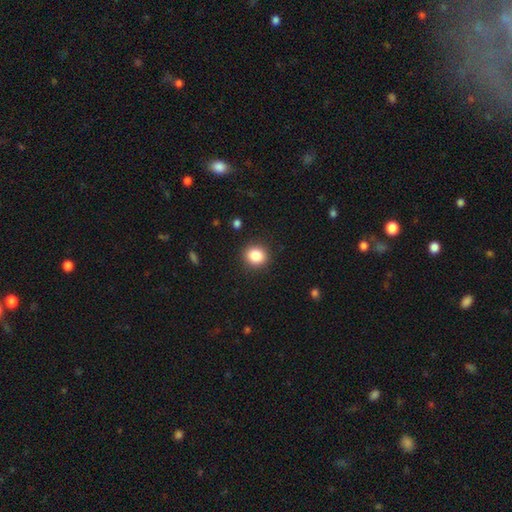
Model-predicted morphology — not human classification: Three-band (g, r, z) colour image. It shows a smooth galaxy with no disk features (85%) that is round (82%). Merging: none (90%).